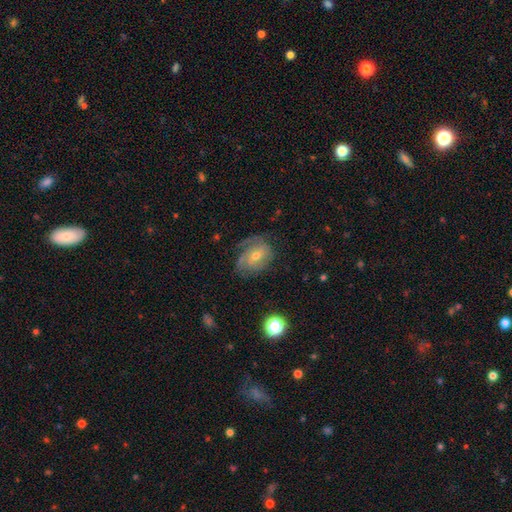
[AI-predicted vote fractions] Smooth or featured?
  - featured or disk: 74% *
  - smooth: 17%
  - star or artifact: 9%
Edge-on disk?
  - no: 96% *
  - yes: 4%
Bar?
  - no: 50% *
  - weak: 39%
  - strong: 11%
Spiral arms?
  - yes: 90% *
  - no: 10%
Spiral winding?
  - tight: 50% *
  - medium: 36%
  - loose: 13%
Spiral arm count?
  - can't tell: 31% *
  - 2: 29%
  - 3: 22%
  - 1: 10%
  - 4: 5%
  - more than 4: 4%
Bulge size?
  - moderate: 50% *
  - small: 46%
  - large: 2%
  - none: 1%
  - dominant: 1%
Merging?
  - none: 62% *
  - minor disturbance: 23%
  - major disturbance: 13%
  - merger: 2%